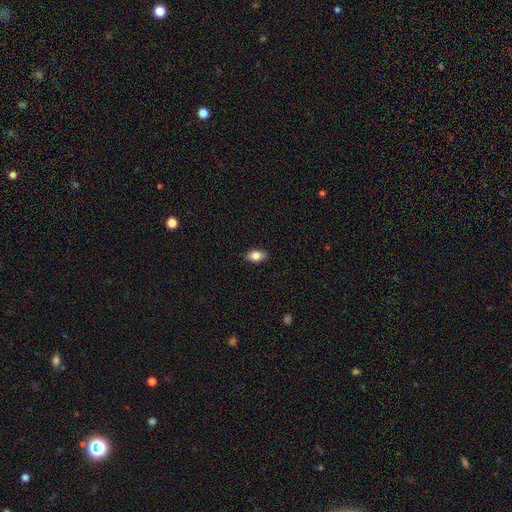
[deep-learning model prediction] This appears to be a smooth galaxy with no disk features (84%) that is in between round and cigar-shaped (87%). Merging: none (87%).